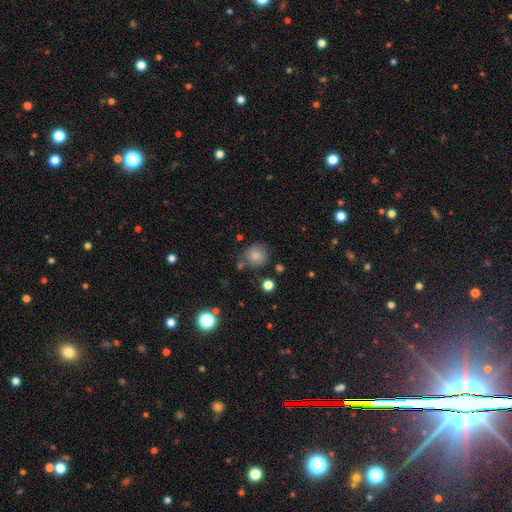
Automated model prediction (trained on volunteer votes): A smooth galaxy with no disk features (81%) that is round (86%).

Vote fractions:
- Smooth or featured? smooth: 81% / star or artifact: 10% / featured or disk: 8%
- How rounded? round: 86% / in between: 13% / cigar-shaped: 1%
- Merging? none: 71% / minor disturbance: 17% / merger: 7% / major disturbance: 5%